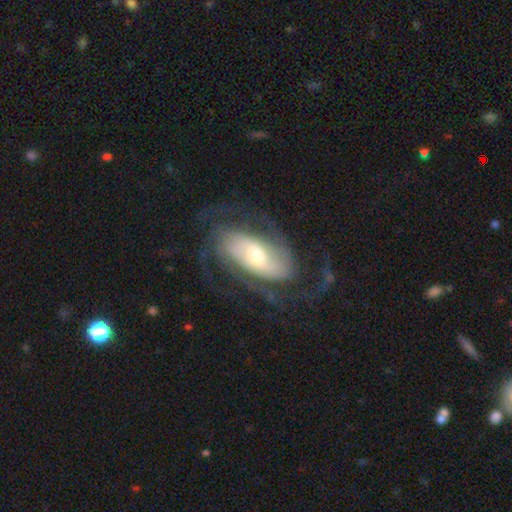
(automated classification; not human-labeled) Smooth or featured: featured or disk — 83% (smooth — 12%)
Edge-on disk: no — 94% (yes — 6%)
Bar: no — 45% (weak — 36%)
Spiral arms: yes — 93% (no — 7%)
Spiral winding: medium — 42% (tight — 36%)
Spiral arm count: 2 — 55% (can't tell — 20%)
Bulge size: moderate — 56% (small — 28%)
Merging: none — 66% (major disturbance — 17%)